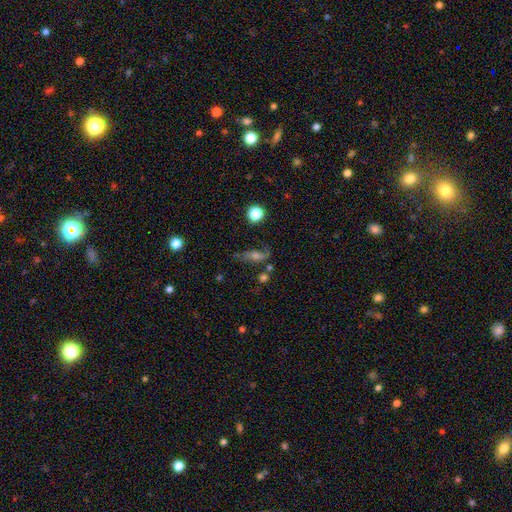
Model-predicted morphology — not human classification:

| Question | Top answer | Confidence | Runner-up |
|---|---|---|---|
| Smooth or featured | featured or disk | 50% | smooth (36%) |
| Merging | none | 55% | minor disturbance (22%) |